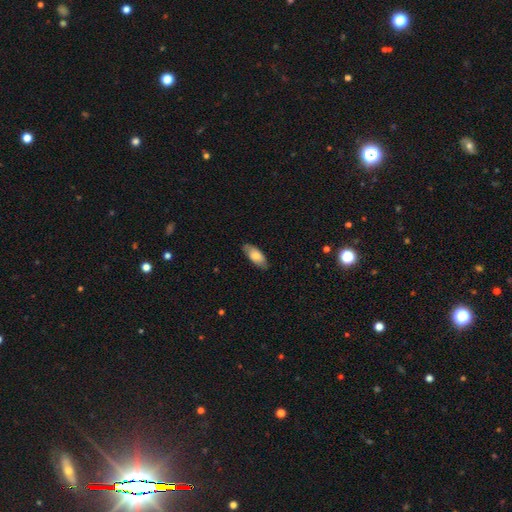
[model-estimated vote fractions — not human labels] Smooth or featured?
  - smooth: 75% *
  - featured or disk: 19%
  - star or artifact: 6%
How rounded?
  - in between: 82% *
  - cigar-shaped: 16%
  - round: 2%
Merging?
  - none: 78% *
  - minor disturbance: 17%
  - major disturbance: 3%
  - merger: 1%